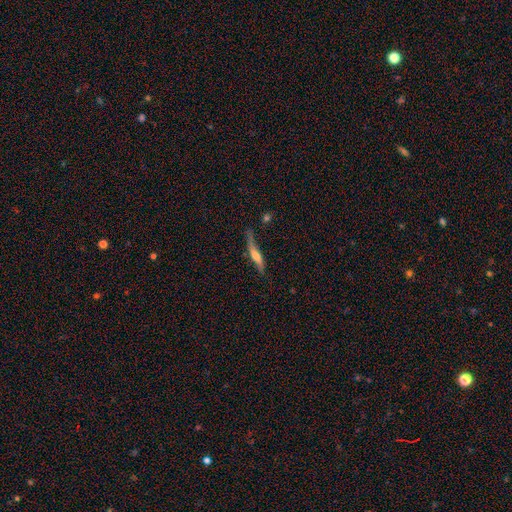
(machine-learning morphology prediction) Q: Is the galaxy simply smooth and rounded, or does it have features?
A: featured or disk — 47%.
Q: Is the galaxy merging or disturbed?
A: none — 53%.